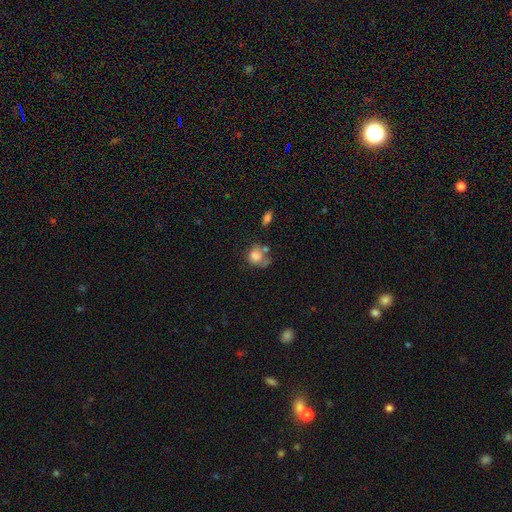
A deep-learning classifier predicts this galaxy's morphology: Smooth or featured? Predicted: smooth (p=0.74). How rounded? Predicted: round (p=0.62). Merging? Predicted: none (p=0.33).